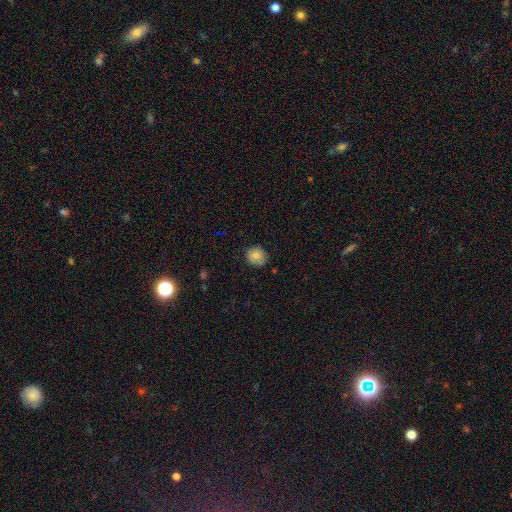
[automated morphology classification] smooth_or_featured: smooth (p=0.83) [alt: star or artifact p=0.09]
how_rounded: round (p=0.72) [alt: in between p=0.27]
merging: none (p=0.81) [alt: minor disturbance p=0.16]